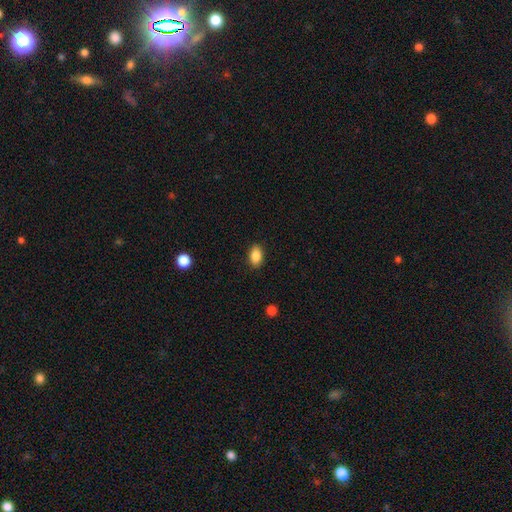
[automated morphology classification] type=smooth (87%); roundness=in between (87%); merging=none (88%).